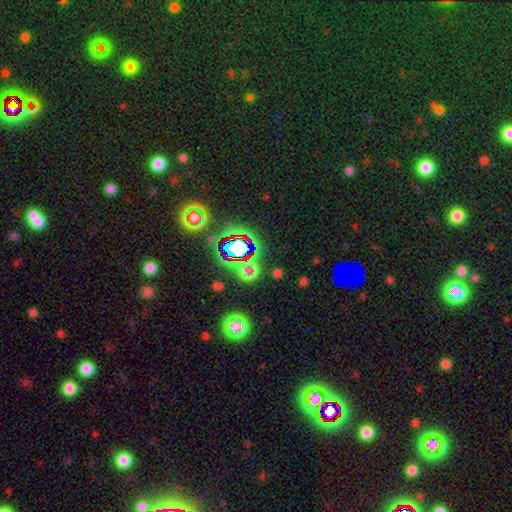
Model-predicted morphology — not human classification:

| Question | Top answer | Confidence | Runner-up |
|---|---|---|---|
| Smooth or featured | star or artifact | 77% | smooth (14%) |